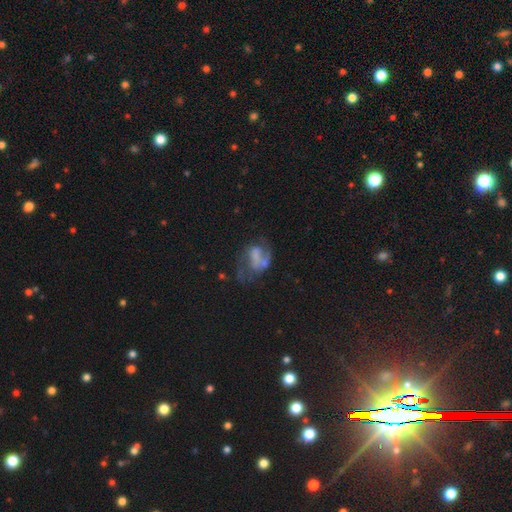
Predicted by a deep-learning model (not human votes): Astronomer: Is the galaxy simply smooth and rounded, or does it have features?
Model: featured or disk — 57%.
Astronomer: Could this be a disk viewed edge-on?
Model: no — 97%.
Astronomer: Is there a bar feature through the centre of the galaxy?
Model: no — 67%.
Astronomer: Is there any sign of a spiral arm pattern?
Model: yes — 53% (runner-up: no, 47%).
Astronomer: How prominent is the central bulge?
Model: none — 58%.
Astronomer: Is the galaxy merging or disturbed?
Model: major disturbance — 37% (runner-up: none, 32%).